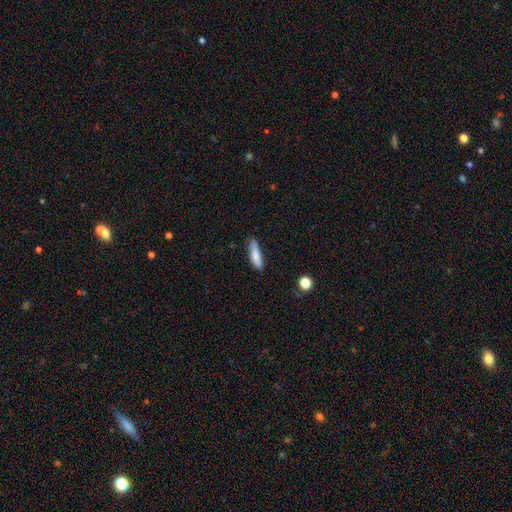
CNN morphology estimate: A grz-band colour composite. It shows a smooth galaxy with no disk features (82%) that is cigar-shaped (68%). Merging: none (71%).